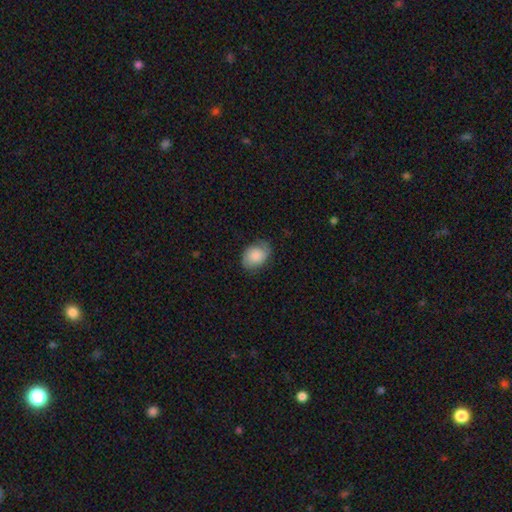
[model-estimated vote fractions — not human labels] Q: Smooth or featured?
A: smooth (79%); runner-up: featured or disk (14%)
Q: How rounded?
A: in between (75%); runner-up: round (24%)
Q: Merging?
A: none (71%); runner-up: minor disturbance (23%)